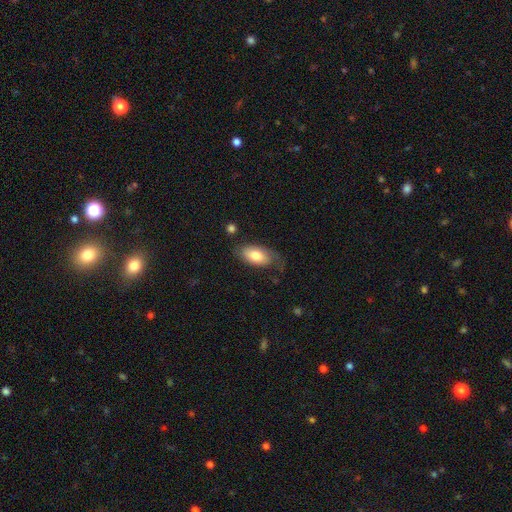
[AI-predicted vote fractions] Morphology: type=smooth (72%); roundness=in between (93%); merging=none (56%).